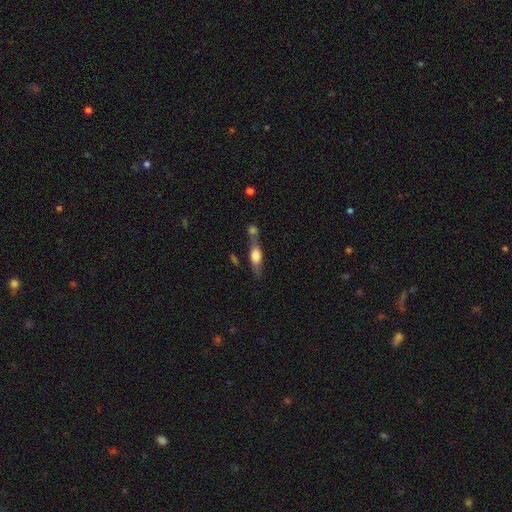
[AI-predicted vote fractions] smooth_or_featured: smooth (p=0.54) [alt: featured or disk p=0.38]
how_rounded: in between (p=0.57) [alt: cigar-shaped p=0.35]
merging: none (p=0.41) [alt: merger p=0.37]